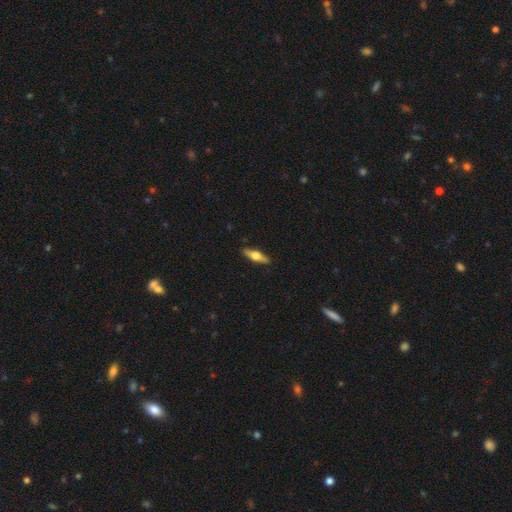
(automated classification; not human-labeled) The model was most divided on "smooth or featured": featured or disk: 55%, smooth: 39%, star or artifact: 6%. More confident: edge-on bulge — rounded (95%); edge-on disk — yes (94%); merging — none (90%).